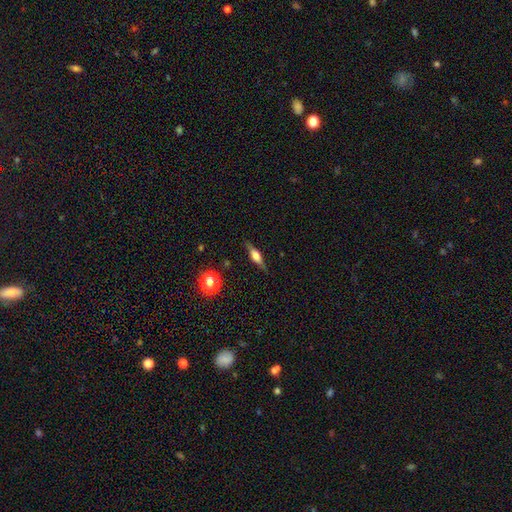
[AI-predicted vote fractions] smooth_or_featured: featured or disk (p=0.60) [alt: smooth p=0.31]
disk_edge_on: yes (p=0.95) [alt: no p=0.05]
edge_on_bulge: rounded (p=0.81) [alt: boxy p=0.16]
merging: none (p=0.85) [alt: minor disturbance p=0.11]